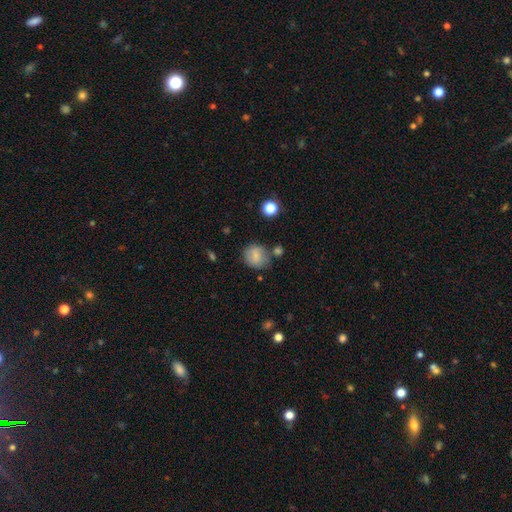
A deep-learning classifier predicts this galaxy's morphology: Overall: smooth (78%). How rounded: round (74%). Merging: none (68%).